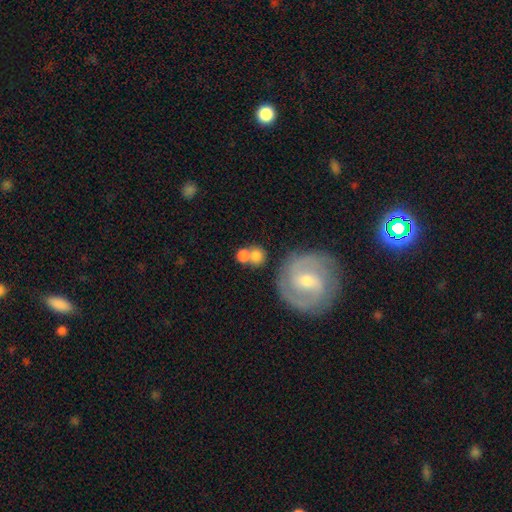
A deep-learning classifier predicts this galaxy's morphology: The model was most divided on "merging": none: 54%, merger: 30%, minor disturbance: 10%, major disturbance: 5%. More confident: how rounded — round (85%); smooth or featured — smooth (70%).